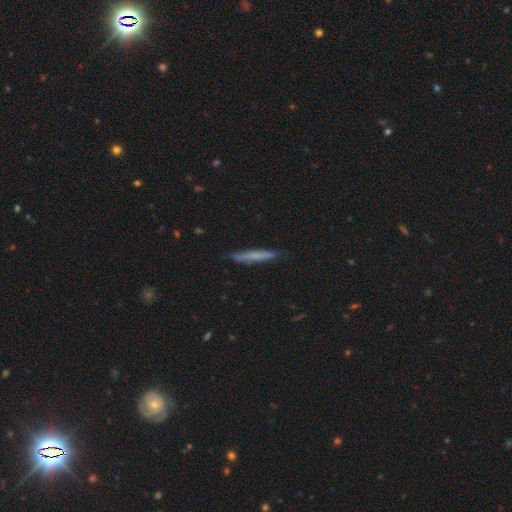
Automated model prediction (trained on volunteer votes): smooth-or-featured: smooth: 62% | featured or disk: 31% | star or artifact: 7%
  how-rounded: cigar-shaped: 95% | in between: 3% | round: 1%
  merging: none: 85% | minor disturbance: 12% | major disturbance: 2% | merger: 1%